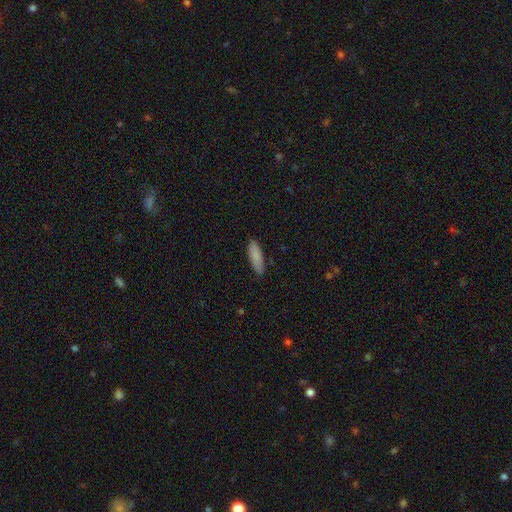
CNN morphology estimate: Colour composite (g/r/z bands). It shows a smooth galaxy with no disk features (87%) that is cigar-shaped (52%). Merging: none (85%).